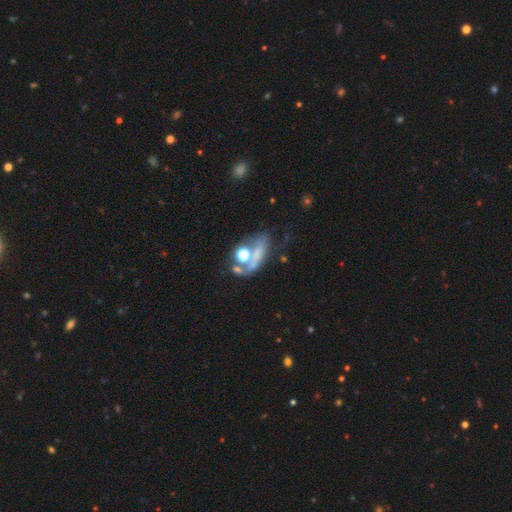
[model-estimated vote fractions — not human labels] smooth 39%, featured or disk 37%, star or artifact 24%. Down the decision tree: merging — none (34%).